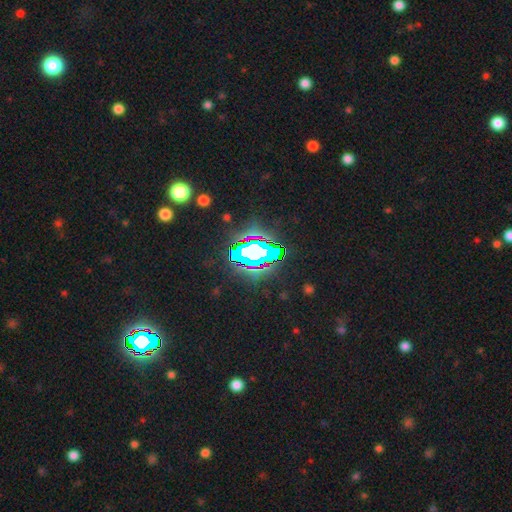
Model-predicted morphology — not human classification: type=star or artifact (70%).